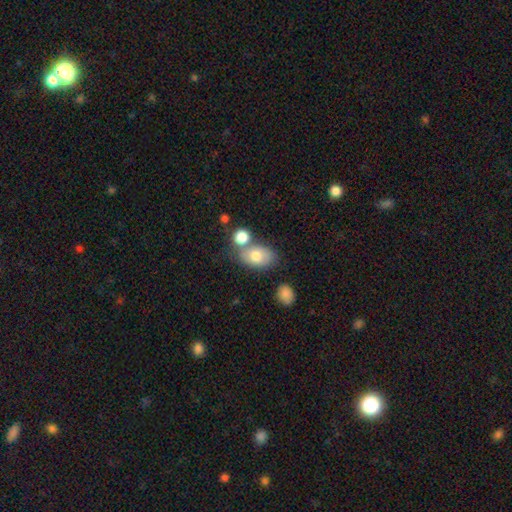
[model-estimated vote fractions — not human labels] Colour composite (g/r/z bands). It shows a smooth galaxy with no disk features (73%) that is in between round and cigar-shaped (82%). Merging: none (50%).